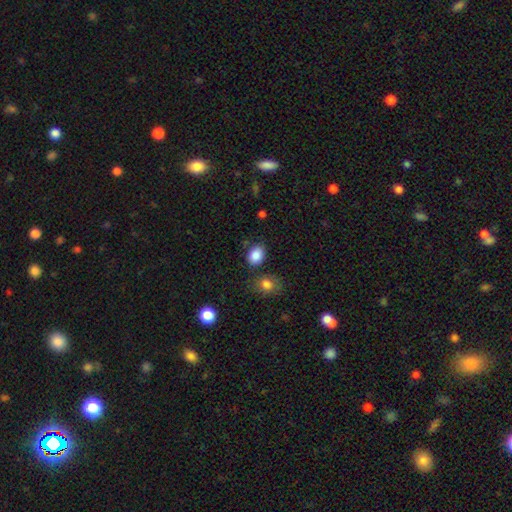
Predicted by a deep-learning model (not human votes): Overall: smooth (86%). How rounded: in between (64%; round 35%). Merging: none (76%).